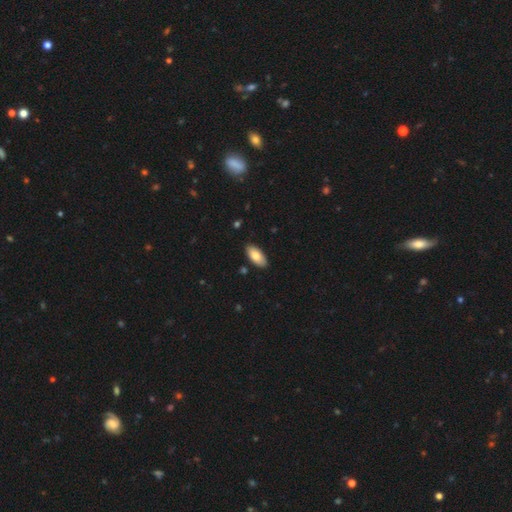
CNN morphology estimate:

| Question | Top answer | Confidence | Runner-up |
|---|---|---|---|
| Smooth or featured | smooth | 77% | featured or disk (17%) |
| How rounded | in between | 92% | cigar-shaped (6%) |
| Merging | none | 88% | minor disturbance (9%) |